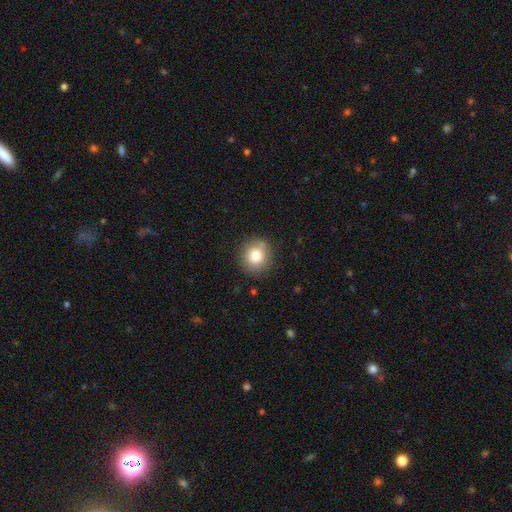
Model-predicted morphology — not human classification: smooth 81%, star or artifact 10%, featured or disk 10%. Down the decision tree: how rounded — round (88%); merging — none (85%).